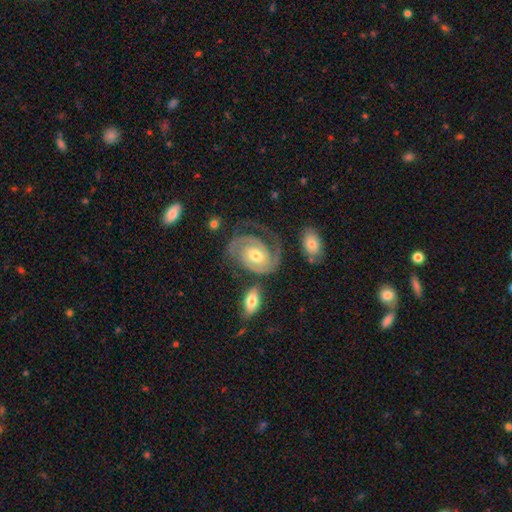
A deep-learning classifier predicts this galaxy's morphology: smooth-or-featured: featured or disk: 89% | smooth: 6% | star or artifact: 4%
  disk-edge-on: no: 97% | yes: 3%
    bar: no: 53% | weak: 36% | strong: 11%
    has-spiral-arms: yes: 98% | no: 2%
      spiral-winding: tight: 61% | medium: 32% | loose: 7%
      spiral-arm-count: 2: 75% | 1: 10% | can't tell: 7% | 3: 6% | 4: 2% | more than 4: 2%
    bulge-size: moderate: 63% | small: 29% | large: 5% | none: 1% | dominant: 1%
  merging: none: 62% | minor disturbance: 17% | major disturbance: 15% | merger: 7%